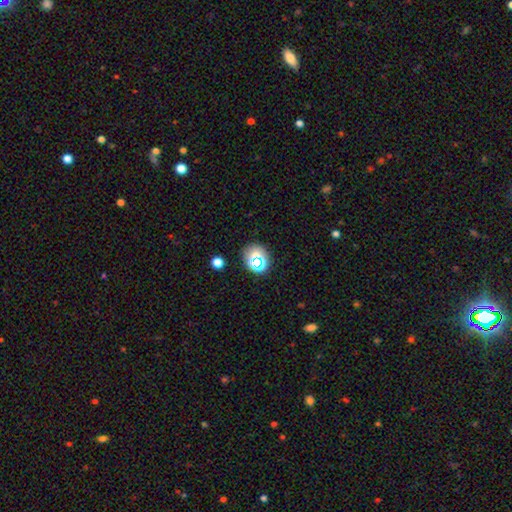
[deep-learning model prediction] The model was most divided on "smooth or featured": smooth: 57%, star or artifact: 32%, featured or disk: 11%. More confident: merging — none (76%); how rounded — round (76%).